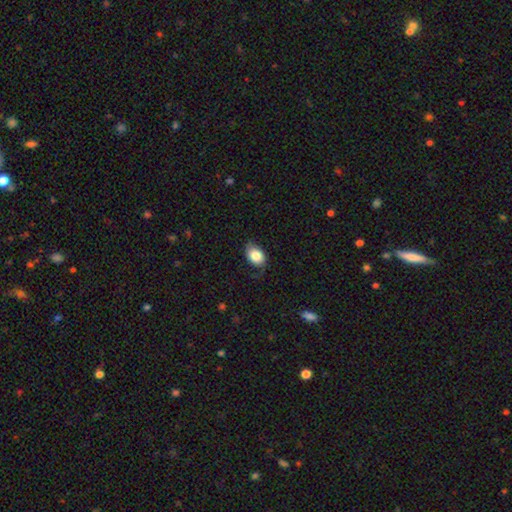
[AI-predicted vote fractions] smooth_or_featured: smooth (p=0.80) [alt: featured or disk p=0.13]
how_rounded: in between (p=0.79) [alt: round p=0.20]
merging: none (p=0.64) [alt: minor disturbance p=0.25]